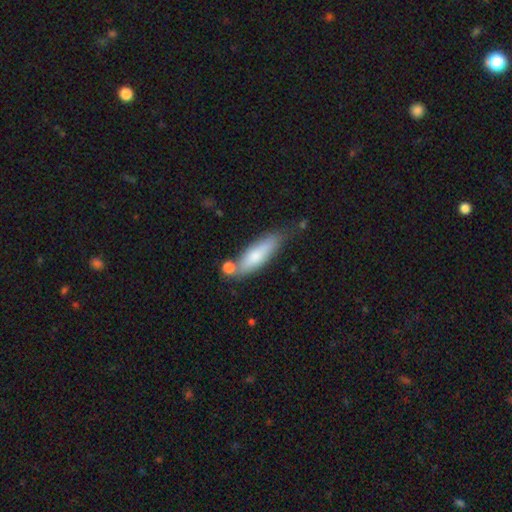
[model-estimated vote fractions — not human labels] smooth-or-featured: smooth: 71% | featured or disk: 22% | star or artifact: 6%
  how-rounded: cigar-shaped: 56% | in between: 41% | round: 2%
  merging: none: 62% | minor disturbance: 21% | merger: 12% | major disturbance: 5%